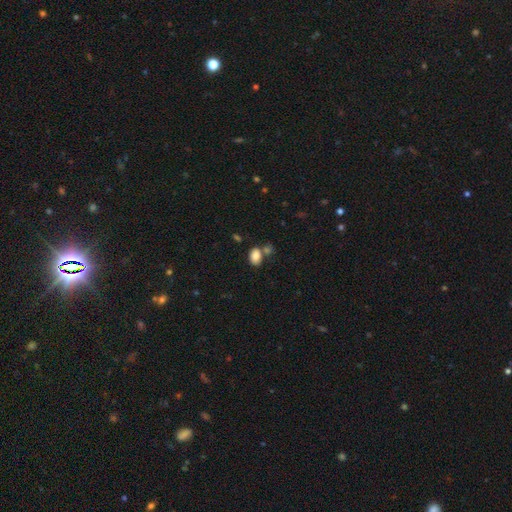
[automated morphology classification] Q: Smooth or featured?
A: smooth (84%); runner-up: star or artifact (9%)
Q: How rounded?
A: in between (82%); runner-up: round (17%)
Q: Merging?
A: none (60%); runner-up: merger (24%)